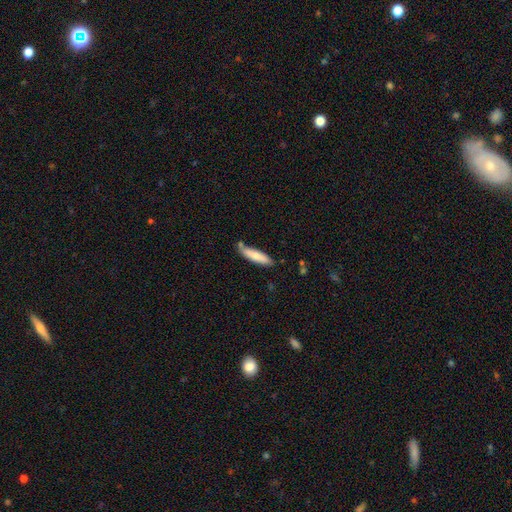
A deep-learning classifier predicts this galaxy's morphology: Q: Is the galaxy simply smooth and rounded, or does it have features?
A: smooth — 75%.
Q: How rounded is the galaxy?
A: cigar-shaped — 73%.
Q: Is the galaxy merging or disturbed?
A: none — 70%.